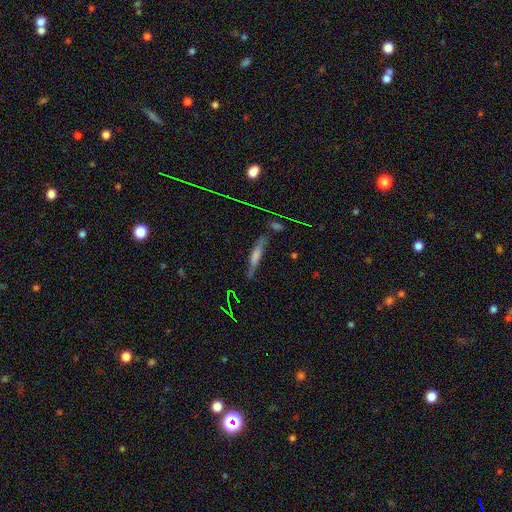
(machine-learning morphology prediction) This is possibly a featured or disk galaxy (46%). Merging: likely none (67%).